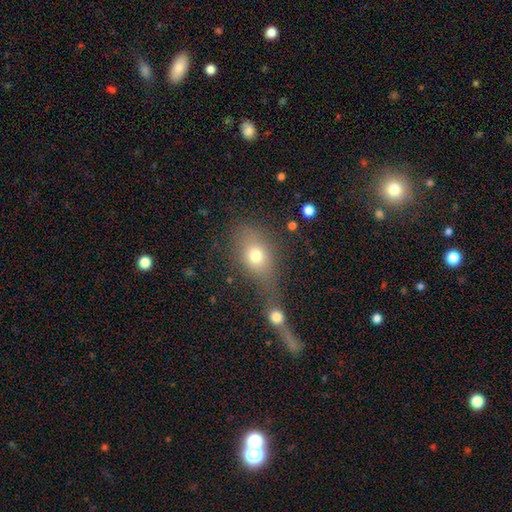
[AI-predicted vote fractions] Smooth or featured? smooth (73%)
How rounded? in between (61%)
Merging? merger (42%)